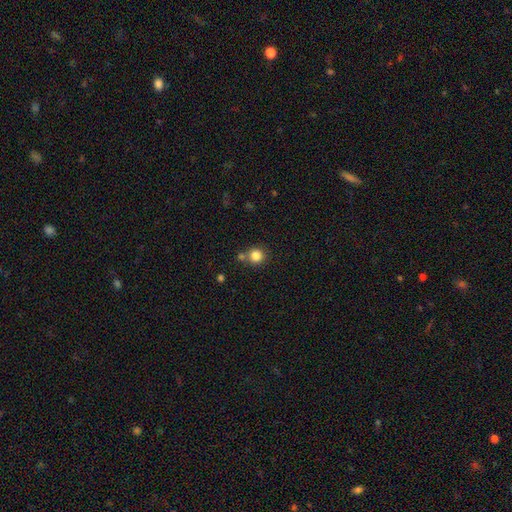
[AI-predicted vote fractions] smooth 83%, star or artifact 12%, featured or disk 6%. Down the decision tree: how rounded — round (91%); merging — none (68%).